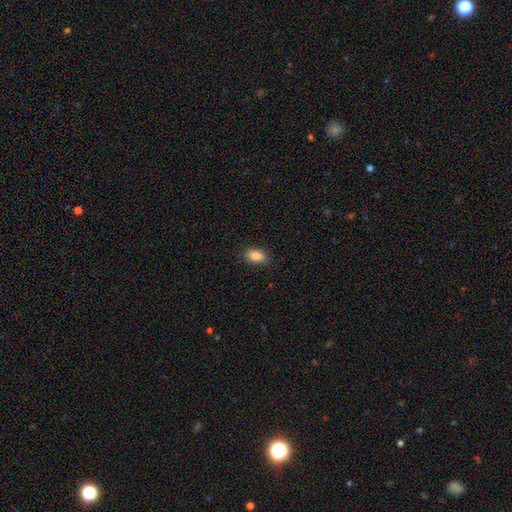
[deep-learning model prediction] Smooth or featured? smooth (87%)
How rounded? in between (89%)
Merging? none (87%)